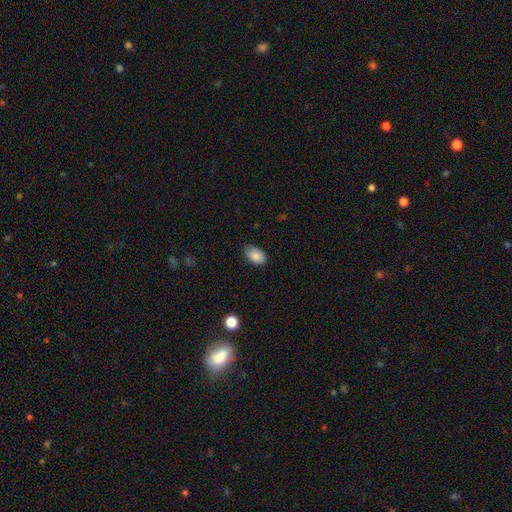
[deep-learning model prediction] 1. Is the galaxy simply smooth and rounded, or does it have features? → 87% smooth, 8% star or artifact, 5% featured or disk.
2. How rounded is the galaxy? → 88% in between, 11% round, 1% cigar-shaped.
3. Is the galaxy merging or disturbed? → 75% none, 21% minor disturbance, 3% major disturbance, 1% merger.